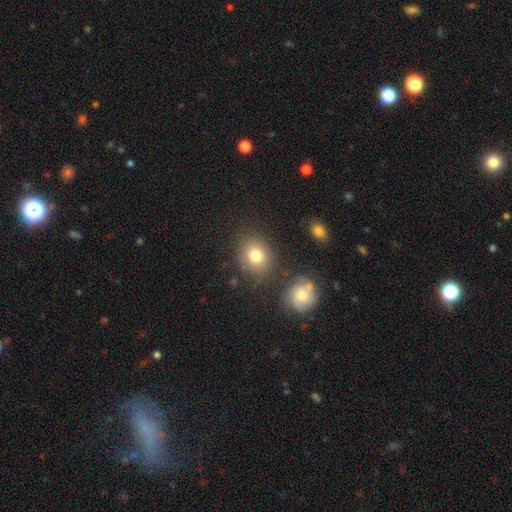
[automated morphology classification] Smooth or featured: smooth — 79% (star or artifact — 12%)
How rounded: round — 66% (in between — 33%)
Merging: none — 78% (minor disturbance — 11%)